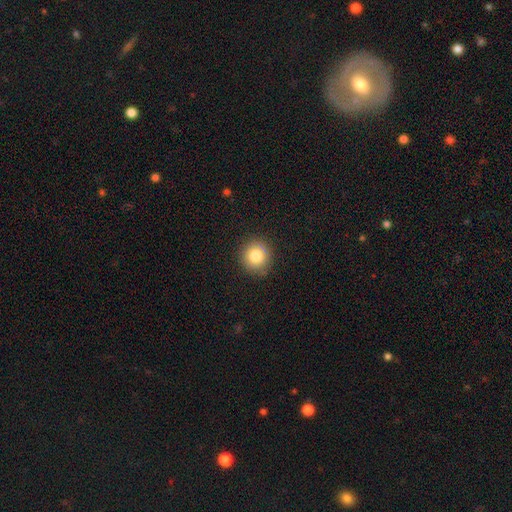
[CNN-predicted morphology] Q: Smooth or featured?
A: smooth (82%); runner-up: star or artifact (10%)
Q: How rounded?
A: round (91%); runner-up: in between (8%)
Q: Merging?
A: none (88%); runner-up: minor disturbance (9%)